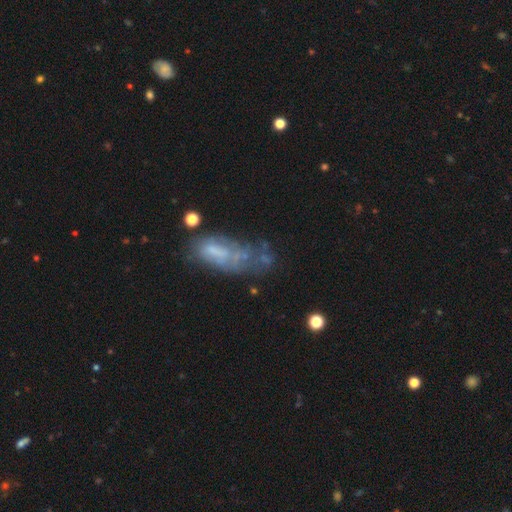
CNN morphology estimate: Q: Smooth or featured?
A: featured or disk (45%); runner-up: smooth (39%)
Q: Merging?
A: major disturbance (31%); runner-up: none (30%)